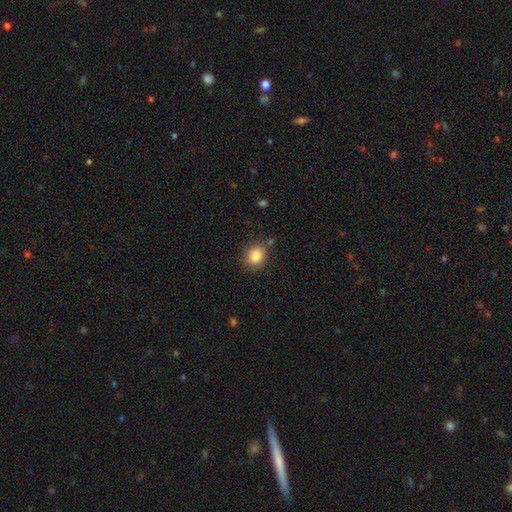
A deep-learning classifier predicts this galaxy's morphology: A smooth galaxy with no disk features (84%) that is round (66%). Merging: none (78%).